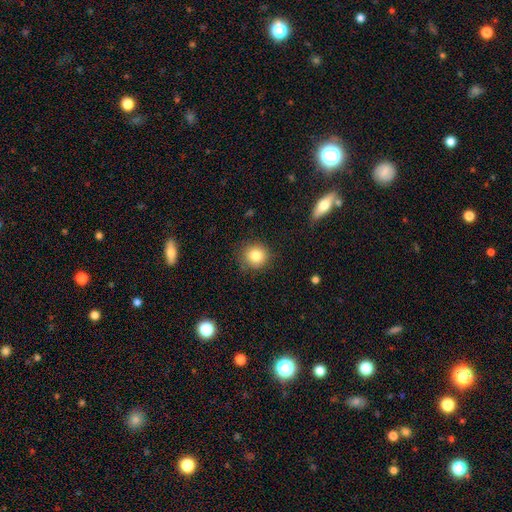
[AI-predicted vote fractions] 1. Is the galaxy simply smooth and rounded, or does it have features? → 82% smooth, 11% star or artifact, 7% featured or disk.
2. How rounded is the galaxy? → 91% round, 8% in between, 1% cigar-shaped.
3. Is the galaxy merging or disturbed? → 83% none, 12% minor disturbance, 3% major disturbance, 1% merger.